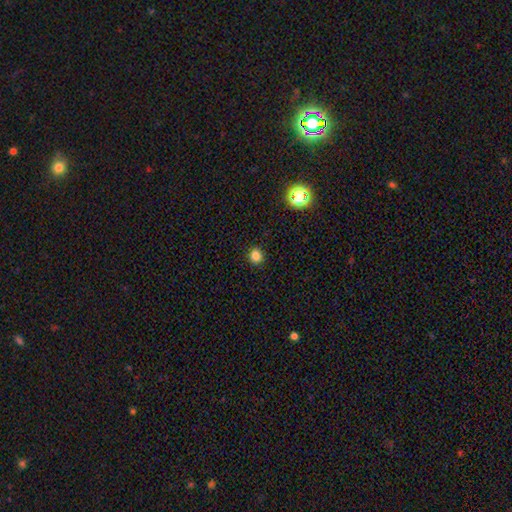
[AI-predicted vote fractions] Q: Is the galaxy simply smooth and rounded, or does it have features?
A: smooth — 82%.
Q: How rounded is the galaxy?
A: round — 82%.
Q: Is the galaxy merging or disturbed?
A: none — 91%.